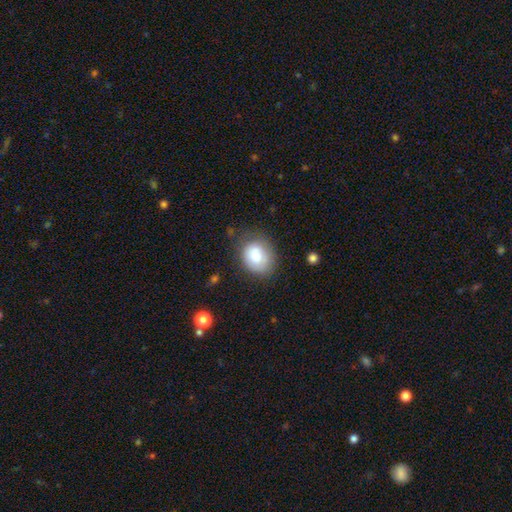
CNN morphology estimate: smooth 81%, featured or disk 11%, star or artifact 8%. Down the decision tree: how rounded — round (50%); merging — none (66%).